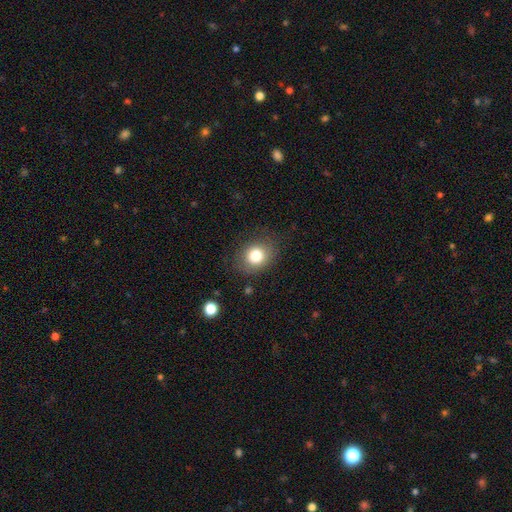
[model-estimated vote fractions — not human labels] A smooth galaxy with no disk features (79%) that is round (64%).

Vote fractions:
- Smooth or featured? smooth: 79% / star or artifact: 11% / featured or disk: 10%
- How rounded? round: 64% / in between: 35% / cigar-shaped: 1%
- Merging? none: 80% / minor disturbance: 13% / major disturbance: 5% / merger: 1%